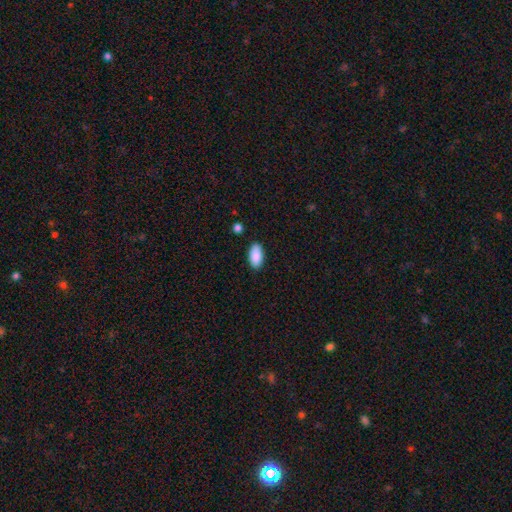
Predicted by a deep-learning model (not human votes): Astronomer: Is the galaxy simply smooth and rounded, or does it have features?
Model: smooth — 90%.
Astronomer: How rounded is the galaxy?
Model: in between — 93%.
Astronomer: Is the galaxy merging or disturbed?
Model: none — 87%.